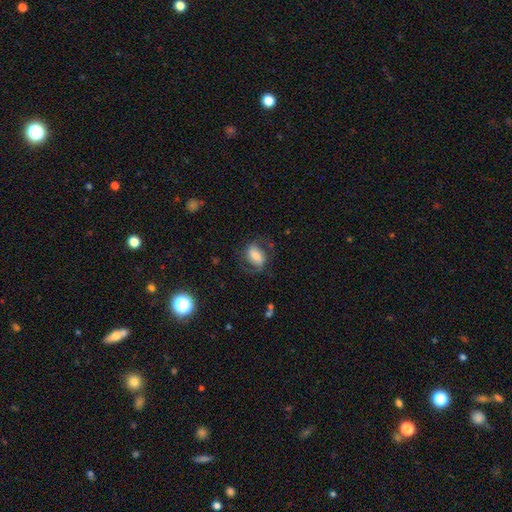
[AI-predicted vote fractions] The model was most divided on "smooth or featured": smooth: 49%, featured or disk: 42%, star or artifact: 9%. More confident: merging — none (63%).